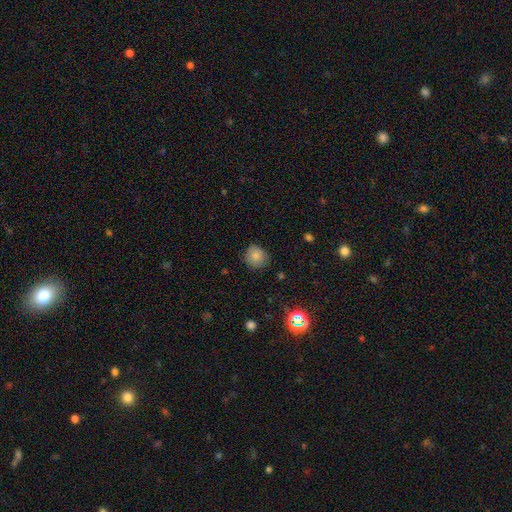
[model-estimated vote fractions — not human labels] Q: Smooth or featured?
A: smooth (81%); runner-up: star or artifact (11%)
Q: How rounded?
A: round (85%); runner-up: in between (14%)
Q: Merging?
A: none (80%); runner-up: minor disturbance (16%)